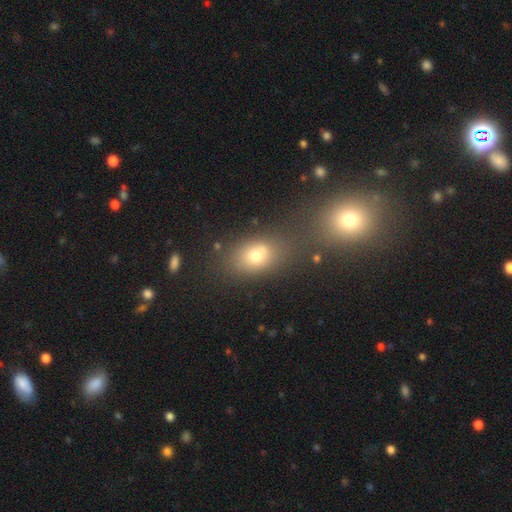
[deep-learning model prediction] This is likely a smooth galaxy (70%). How rounded: likely in between (66%). Merging: possibly none (55%).